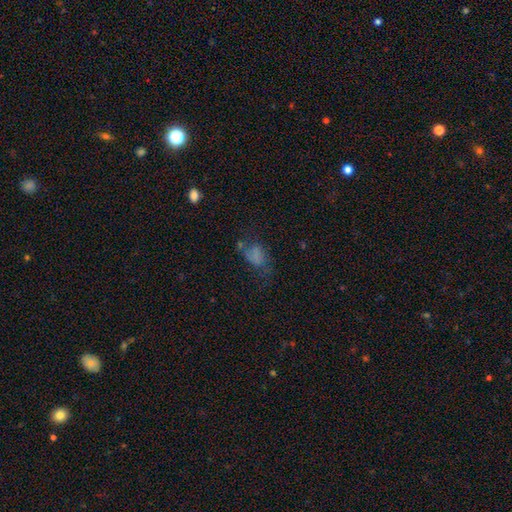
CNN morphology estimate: Smooth or featured: smooth — 57% (featured or disk — 25%)
How rounded: in between — 82% (round — 16%)
Merging: none — 35% (major disturbance — 34%)